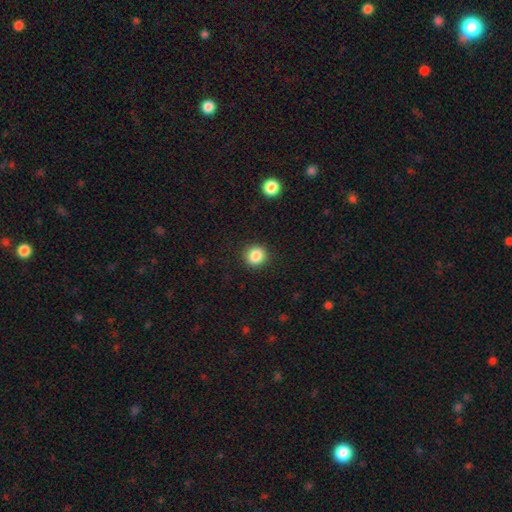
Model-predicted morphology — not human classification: Smooth or featured? smooth (86%)
How rounded? round (90%)
Merging? none (91%)